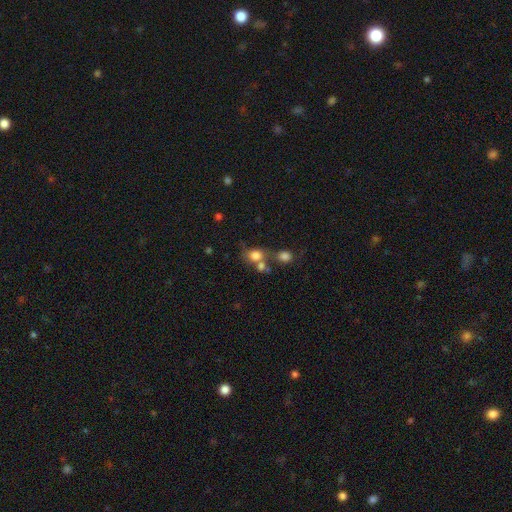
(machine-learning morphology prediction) Smooth or featured? Predicted: smooth (p=0.77). How rounded? Predicted: round (p=0.61). Merging? Predicted: none (p=0.42).